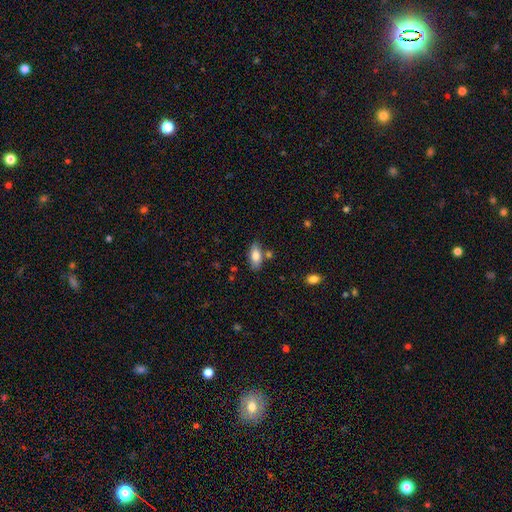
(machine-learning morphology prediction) Smooth or featured? smooth (81%)
How rounded? in between (89%)
Merging? none (74%)